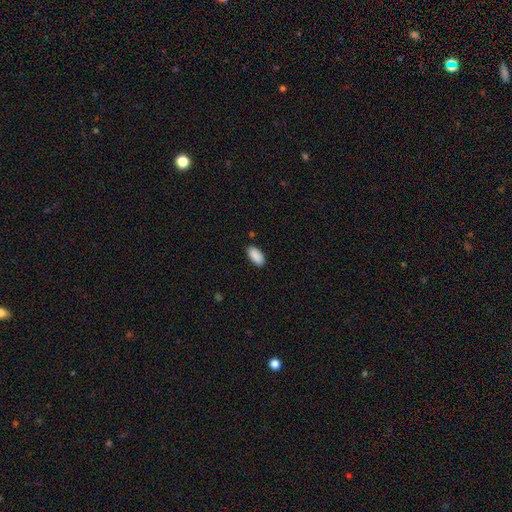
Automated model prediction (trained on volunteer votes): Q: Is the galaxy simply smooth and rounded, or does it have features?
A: smooth — 90%.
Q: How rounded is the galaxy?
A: in between — 92%.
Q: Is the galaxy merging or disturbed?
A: none — 86%.